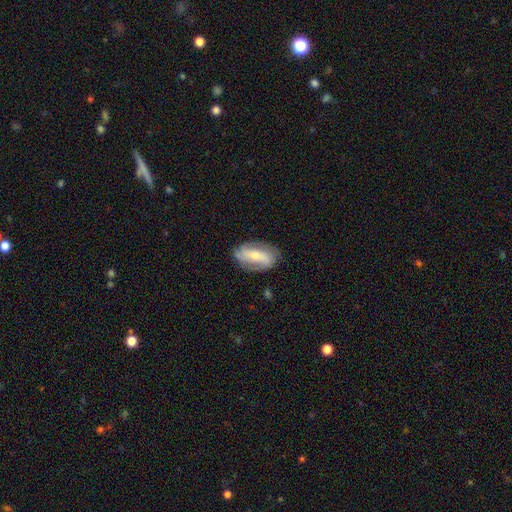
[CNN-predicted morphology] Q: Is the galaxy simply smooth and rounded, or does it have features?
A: featured or disk — 66%.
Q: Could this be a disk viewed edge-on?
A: no — 93%.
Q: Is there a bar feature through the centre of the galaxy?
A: strong — 35%.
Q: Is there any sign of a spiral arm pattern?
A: yes — 86%.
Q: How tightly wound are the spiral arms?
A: medium — 39%.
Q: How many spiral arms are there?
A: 2 — 55%.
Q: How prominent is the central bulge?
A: small — 49%.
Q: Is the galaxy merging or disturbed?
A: none — 74%.